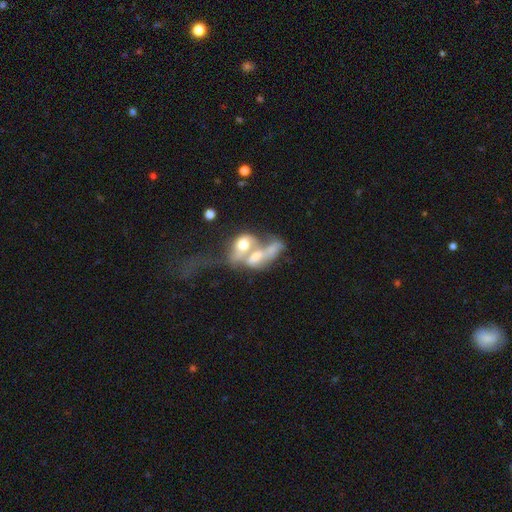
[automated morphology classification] Smooth or featured: featured or disk — 58% (smooth — 31%)
Edge-on disk: no — 85% (yes — 15%)
Merging: merger — 75% (major disturbance — 12%)